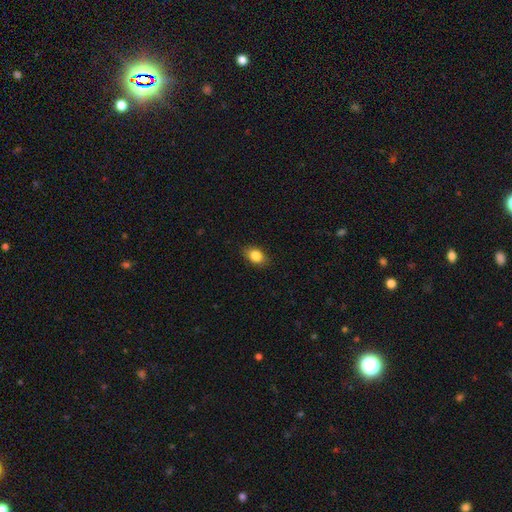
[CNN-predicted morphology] type=smooth (84%); roundness=in between (78%); merging=none (85%).